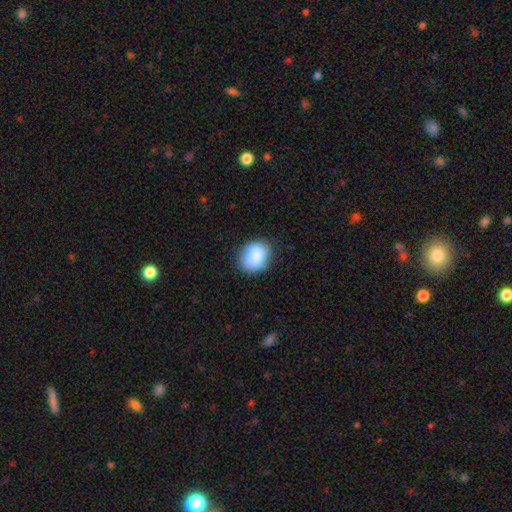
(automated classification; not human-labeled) Smooth or featured? Predicted: smooth (p=0.86). How rounded? Predicted: in between (p=0.54). Merging? Predicted: none (p=0.76).